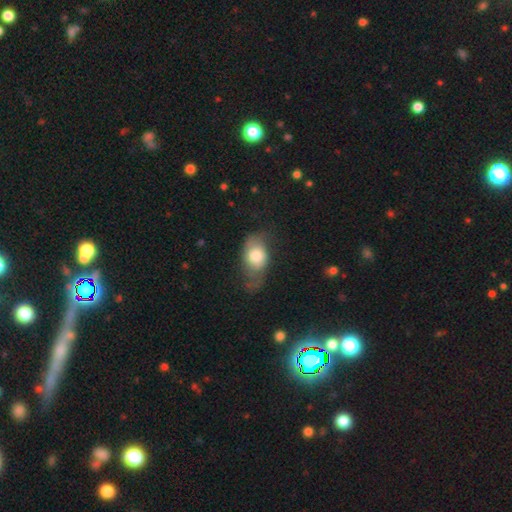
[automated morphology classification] Smooth or featured?
  - smooth: 67% *
  - featured or disk: 26%
  - star or artifact: 7%
How rounded?
  - in between: 79% *
  - round: 19%
  - cigar-shaped: 3%
Merging?
  - none: 39% *
  - minor disturbance: 33%
  - major disturbance: 26%
  - merger: 2%